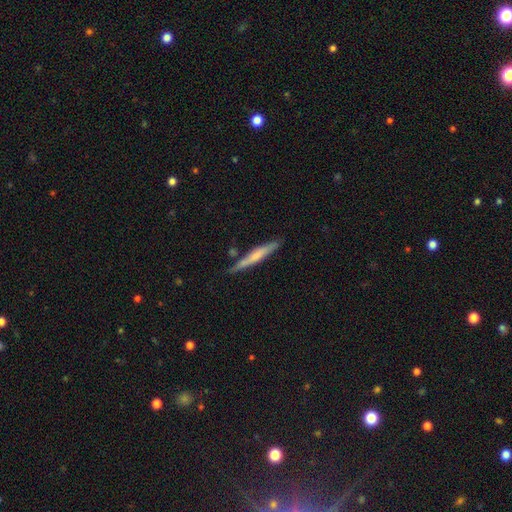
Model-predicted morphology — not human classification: Smooth or featured? Predicted: smooth (p=0.49). Merging? Predicted: none (p=0.79).